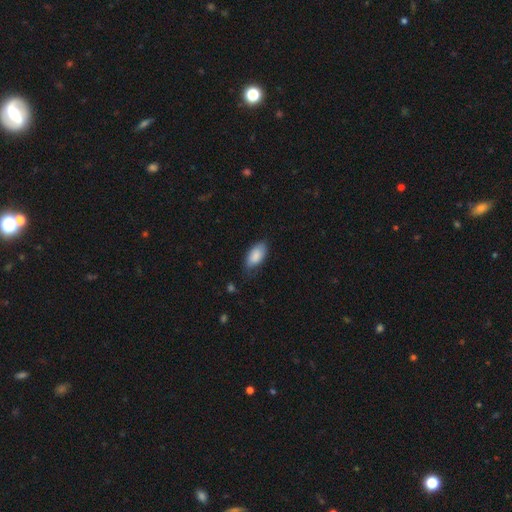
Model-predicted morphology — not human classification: This is clearly a smooth galaxy (86%). How rounded: clearly in between (93%). Merging: likely none (64%).